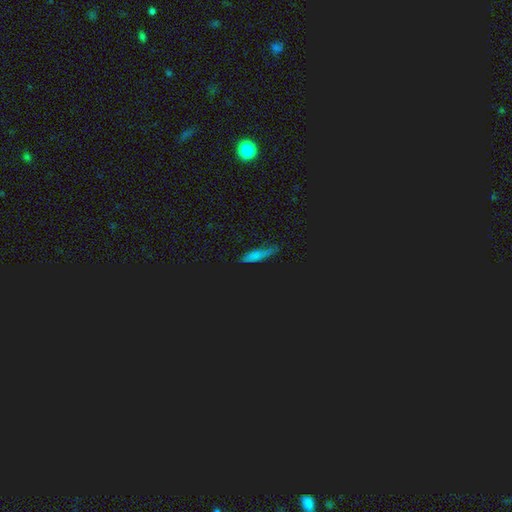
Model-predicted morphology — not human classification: Smooth or featured: smooth — 53% (star or artifact — 34%)
How rounded: cigar-shaped — 54% (in between — 39%)
Merging: none — 65% (minor disturbance — 25%)